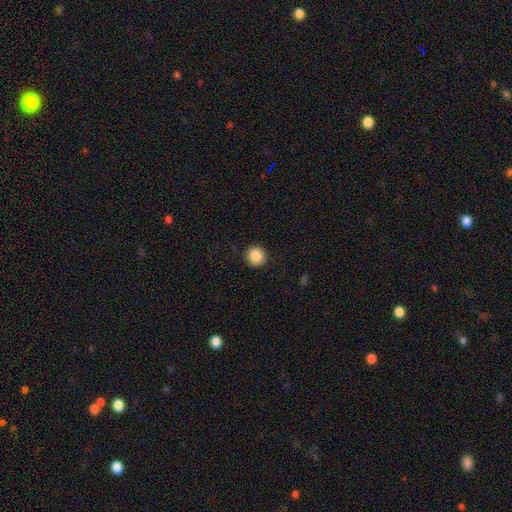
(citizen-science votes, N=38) Overall: smooth (87%). How rounded: round (88%). Merging: none (75%).